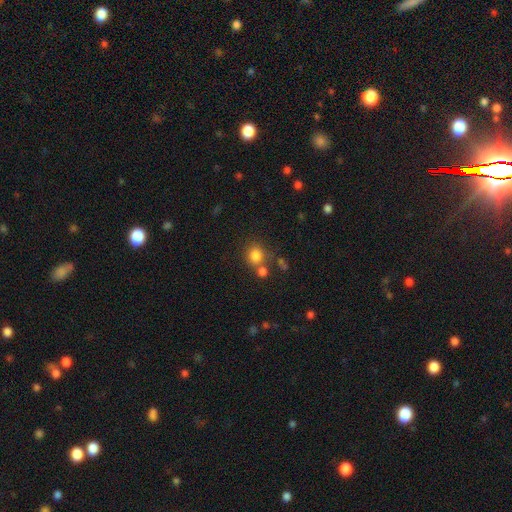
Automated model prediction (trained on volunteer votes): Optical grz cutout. It shows a smooth galaxy with no disk features (80%) that is round (83%). Merging: none (64%).